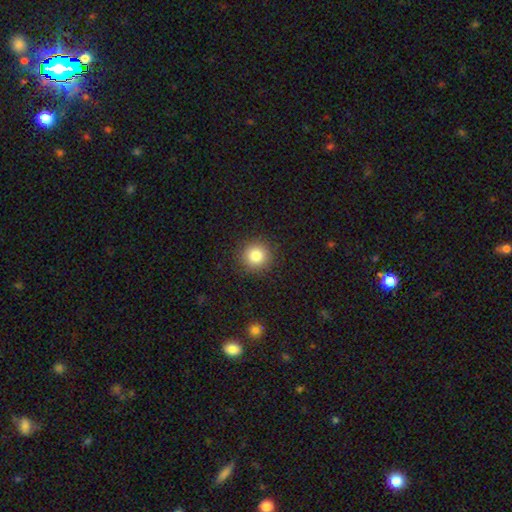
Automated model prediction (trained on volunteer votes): Morphology: type=smooth (83%); roundness=round (94%); merging=none (91%).